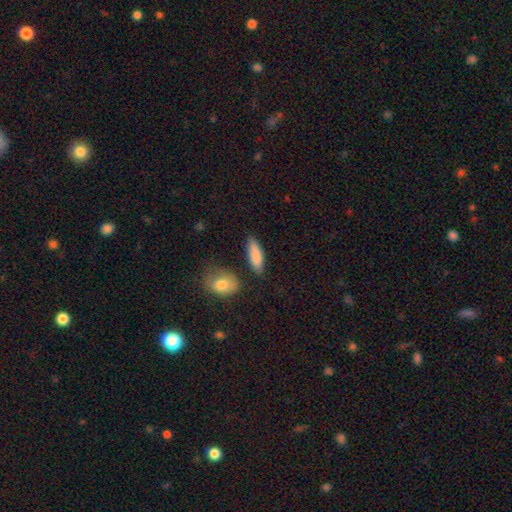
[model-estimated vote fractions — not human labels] Q: Smooth or featured?
A: smooth (85%); runner-up: featured or disk (9%)
Q: How rounded?
A: in between (59%); runner-up: cigar-shaped (38%)
Q: Merging?
A: none (79%); runner-up: minor disturbance (13%)